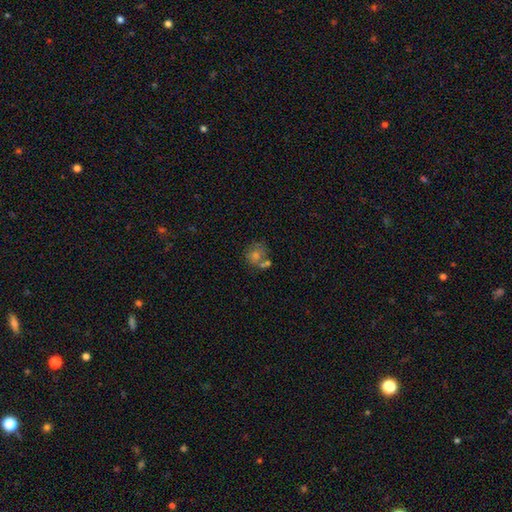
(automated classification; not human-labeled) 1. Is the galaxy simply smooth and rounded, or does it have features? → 54% smooth, 27% featured or disk, 18% star or artifact.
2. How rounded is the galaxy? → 82% round, 17% in between, 1% cigar-shaped.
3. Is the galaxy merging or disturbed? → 54% none, 26% merger, 13% minor disturbance, 6% major disturbance.